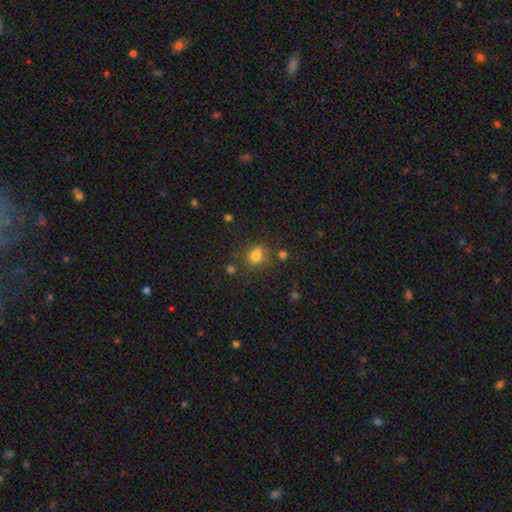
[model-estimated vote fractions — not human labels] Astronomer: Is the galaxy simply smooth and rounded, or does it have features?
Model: smooth — 75%.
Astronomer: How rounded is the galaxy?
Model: round — 66%.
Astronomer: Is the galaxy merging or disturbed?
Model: none — 61%.